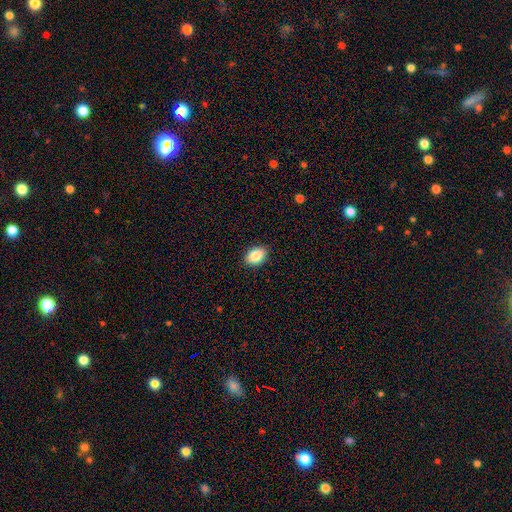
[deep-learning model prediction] smooth-or-featured: smooth: 88% | star or artifact: 8% | featured or disk: 5%
  how-rounded: in between: 80% | round: 19% | cigar-shaped: 1%
  merging: none: 89% | minor disturbance: 8% | major disturbance: 2% | merger: 1%